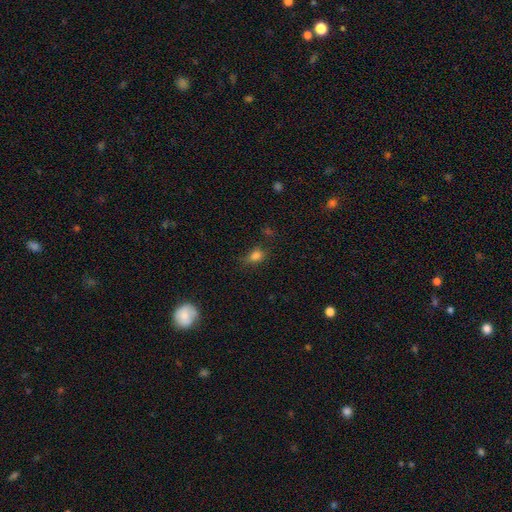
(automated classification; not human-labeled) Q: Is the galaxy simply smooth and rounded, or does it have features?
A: smooth — 78%.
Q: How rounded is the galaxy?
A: in between — 67%.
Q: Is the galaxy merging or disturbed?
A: none — 57%.